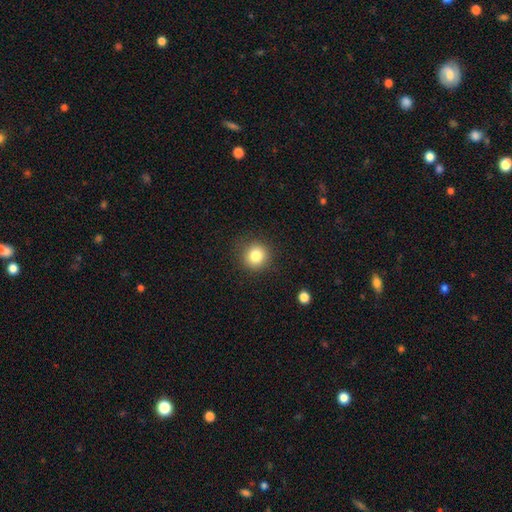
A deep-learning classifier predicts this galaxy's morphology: The model was most divided on "smooth or featured": smooth: 82%, star or artifact: 11%, featured or disk: 7%. More confident: how rounded — round (92%); merging — none (89%).